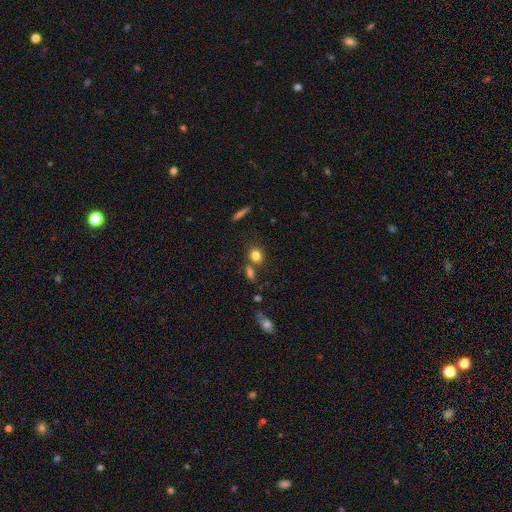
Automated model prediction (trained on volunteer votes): A smooth galaxy with no disk features (81%) that is round (65%). Merging: none (63%).